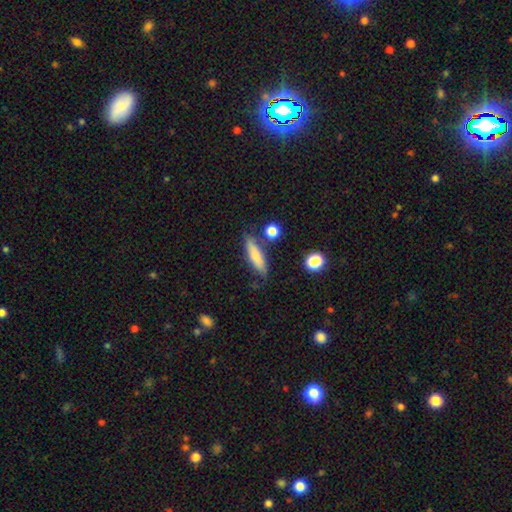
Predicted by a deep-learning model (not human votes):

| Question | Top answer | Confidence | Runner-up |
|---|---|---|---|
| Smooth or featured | smooth | 73% | featured or disk (20%) |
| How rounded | cigar-shaped | 64% | in between (33%) |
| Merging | none | 72% | minor disturbance (17%) |